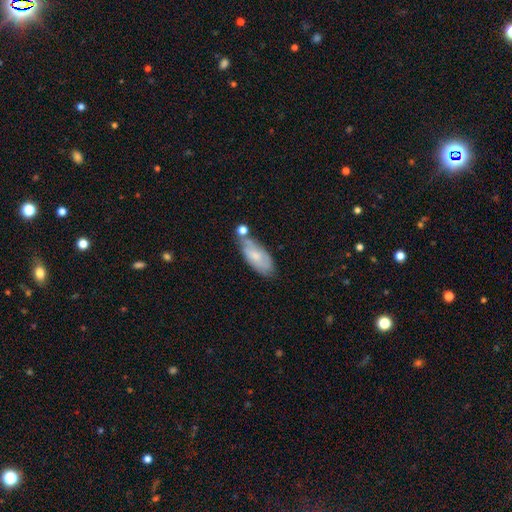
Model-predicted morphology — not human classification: This appears to be a smooth galaxy with no disk features (62%) that is in between round and cigar-shaped (83%). Merging: none (51%).